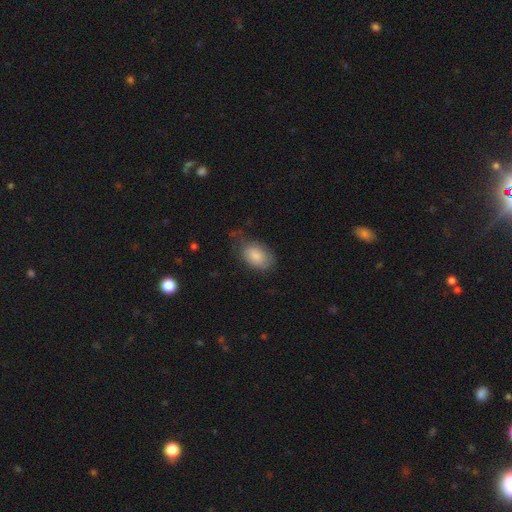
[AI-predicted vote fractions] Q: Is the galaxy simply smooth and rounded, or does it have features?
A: smooth — 82%.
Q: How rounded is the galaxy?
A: in between — 90%.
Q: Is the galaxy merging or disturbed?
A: none — 53%.